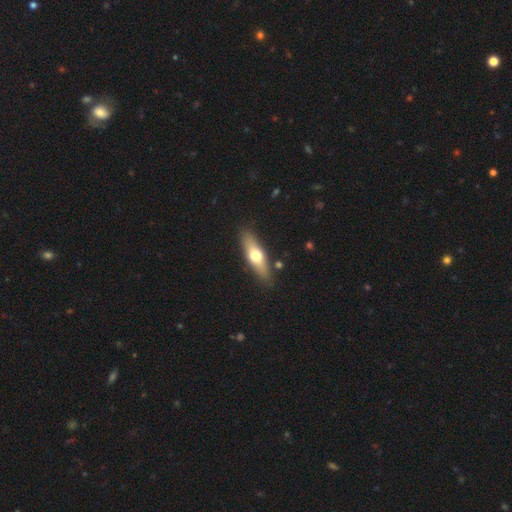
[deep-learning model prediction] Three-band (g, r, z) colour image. It shows a smooth galaxy with no disk features (53%) that is cigar-shaped (56%). Merging: none (86%).